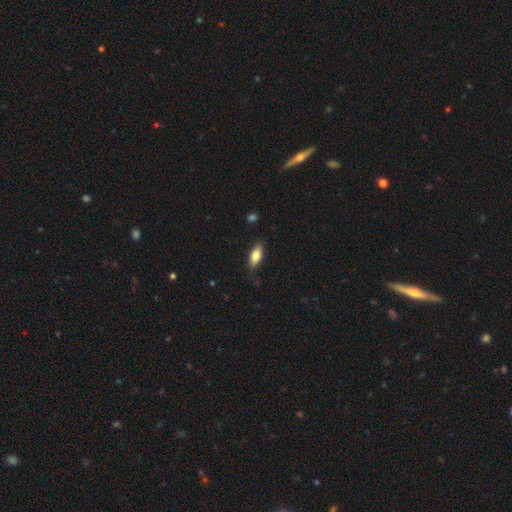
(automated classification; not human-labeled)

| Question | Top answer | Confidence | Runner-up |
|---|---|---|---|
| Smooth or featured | smooth | 75% | featured or disk (19%) |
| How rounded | in between | 78% | cigar-shaped (19%) |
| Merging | none | 78% | minor disturbance (17%) |